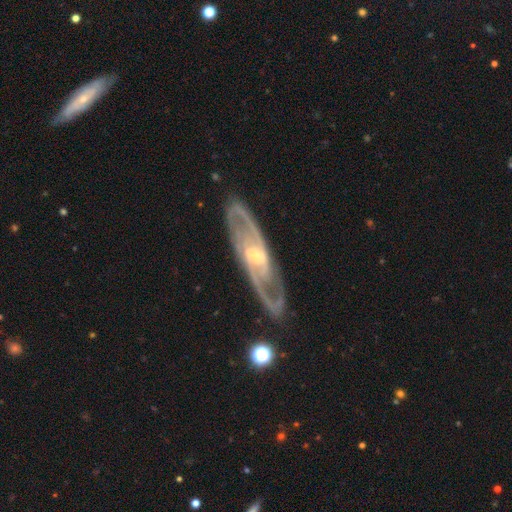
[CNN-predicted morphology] Q: Smooth or featured?
A: featured or disk (90%); runner-up: smooth (5%)
Q: Edge-on disk?
A: no (87%); runner-up: yes (13%)
Q: Bar?
A: weak (45%); runner-up: no (32%)
Q: Spiral arms?
A: yes (96%); runner-up: no (4%)
Q: Spiral winding?
A: medium (53%); runner-up: tight (34%)
Q: Spiral arm count?
A: 2 (85%); runner-up: can't tell (6%)
Q: Bulge size?
A: small (62%); runner-up: moderate (31%)
Q: Merging?
A: none (83%); runner-up: minor disturbance (12%)